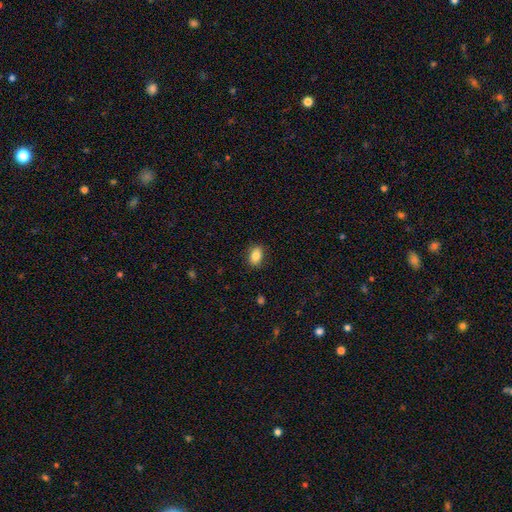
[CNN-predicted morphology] Smooth or featured? smooth (85%)
How rounded? in between (82%)
Merging? none (87%)